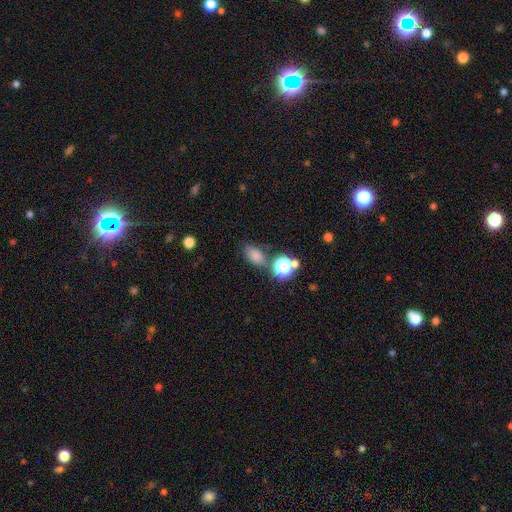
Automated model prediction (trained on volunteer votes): smooth 77%, star or artifact 16%, featured or disk 7%. Down the decision tree: how rounded — in between (80%); merging — none (71%).